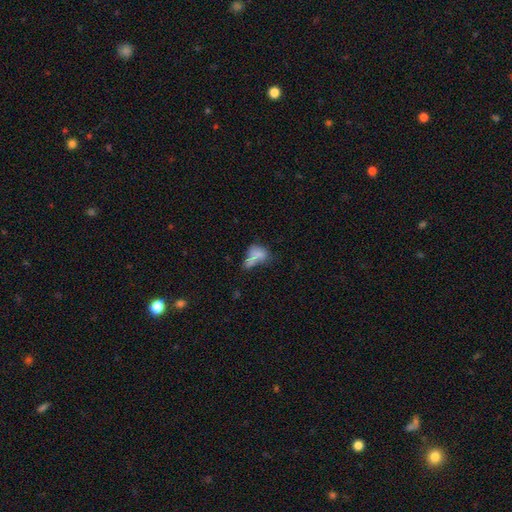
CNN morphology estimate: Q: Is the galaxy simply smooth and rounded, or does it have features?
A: smooth — 66%.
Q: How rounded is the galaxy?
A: in between — 78%.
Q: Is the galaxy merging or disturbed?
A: merger — 42%.